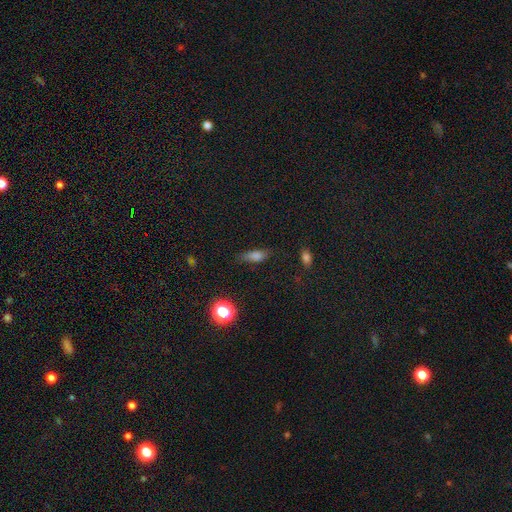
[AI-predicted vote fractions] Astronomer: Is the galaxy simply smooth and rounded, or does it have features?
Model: smooth — 74%.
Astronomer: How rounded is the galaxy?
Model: in between — 61%.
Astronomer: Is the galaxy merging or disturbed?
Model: none — 68%.